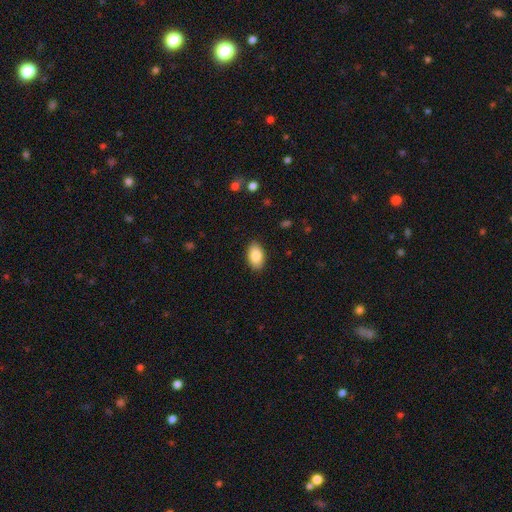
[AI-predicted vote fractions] smooth_or_featured: smooth (p=0.85) [alt: featured or disk p=0.08]
how_rounded: in between (p=0.93) [alt: round p=0.05]
merging: none (p=0.89) [alt: minor disturbance p=0.08]